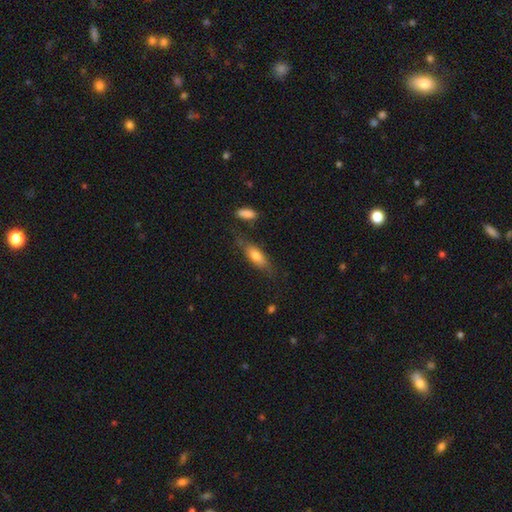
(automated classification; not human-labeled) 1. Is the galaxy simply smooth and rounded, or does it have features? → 71% smooth, 22% featured or disk, 7% star or artifact.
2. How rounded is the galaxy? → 68% in between, 29% cigar-shaped, 3% round.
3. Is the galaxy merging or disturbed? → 64% none, 22% minor disturbance, 8% major disturbance, 7% merger.